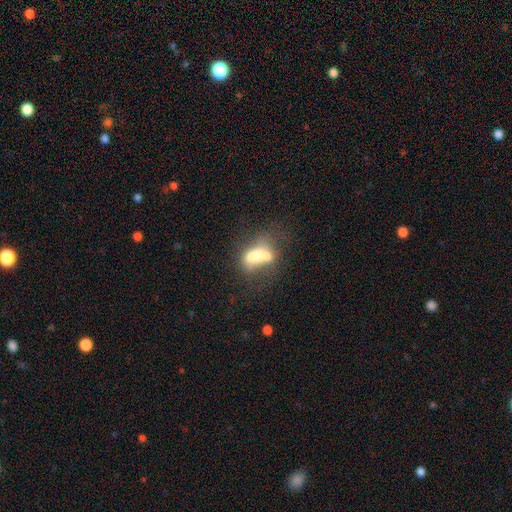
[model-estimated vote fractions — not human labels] A smooth galaxy with no disk features (50%). Merging: merger (63%).